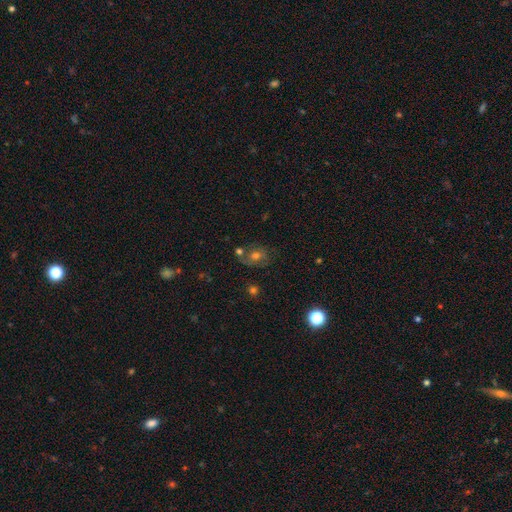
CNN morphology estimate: A smooth galaxy with no disk features (44%). Merging: none (62%).